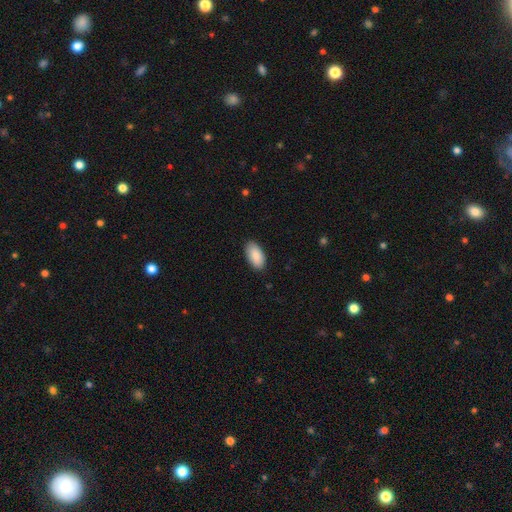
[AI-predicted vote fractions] Smooth or featured?
  - smooth: 90% *
  - star or artifact: 6%
  - featured or disk: 4%
How rounded?
  - in between: 95% *
  - cigar-shaped: 3%
  - round: 2%
Merging?
  - none: 88% *
  - minor disturbance: 9%
  - major disturbance: 2%
  - merger: 1%